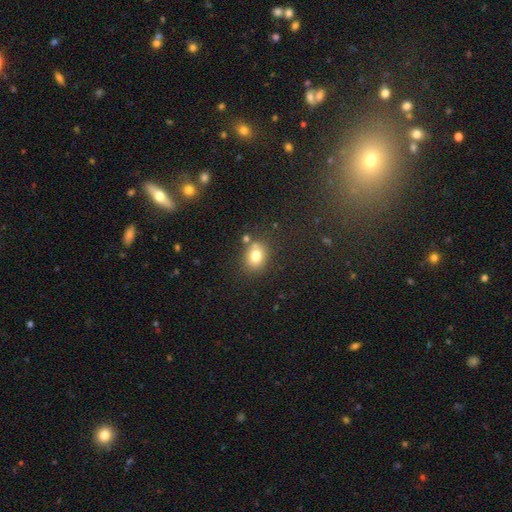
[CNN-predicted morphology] smooth-or-featured: smooth: 77% | star or artifact: 12% | featured or disk: 11%
  how-rounded: round: 55% | in between: 44% | cigar-shaped: 1%
  merging: none: 71% | minor disturbance: 13% | merger: 12% | major disturbance: 4%